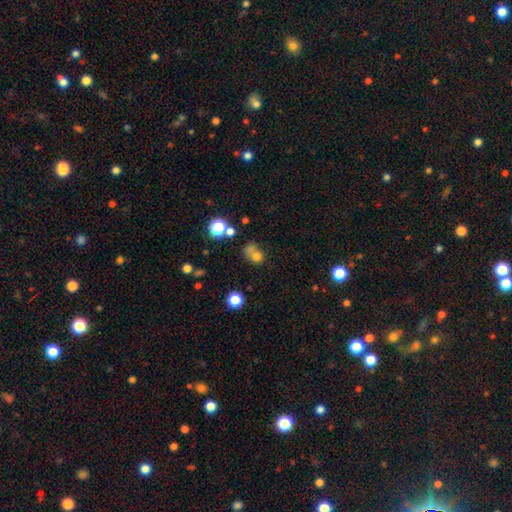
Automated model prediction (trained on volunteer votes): Q: Smooth or featured?
A: smooth (70%); runner-up: star or artifact (18%)
Q: How rounded?
A: round (71%); runner-up: in between (27%)
Q: Merging?
A: merger (41%); runner-up: none (38%)